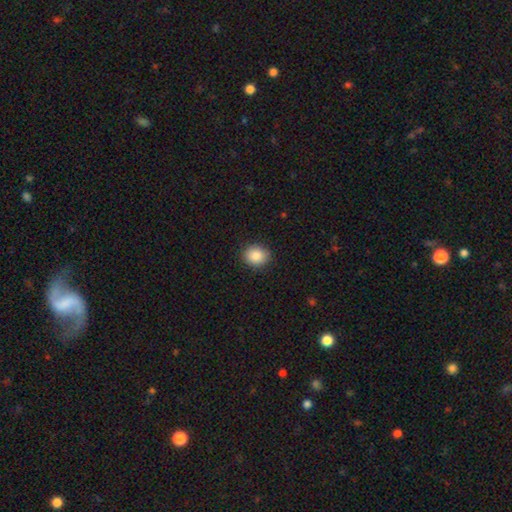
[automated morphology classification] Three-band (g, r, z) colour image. It shows a smooth galaxy with no disk features (87%) that is round (74%). Merging: none (90%).